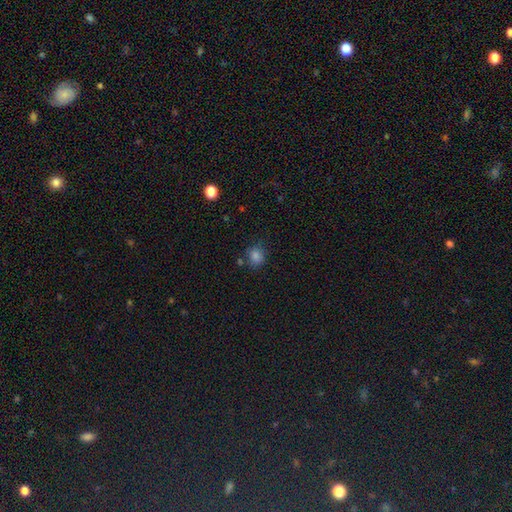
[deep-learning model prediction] smooth_or_featured: smooth (p=0.81) [alt: star or artifact p=0.14]
how_rounded: round (p=0.75) [alt: in between p=0.24]
merging: none (p=0.76) [alt: minor disturbance p=0.14]